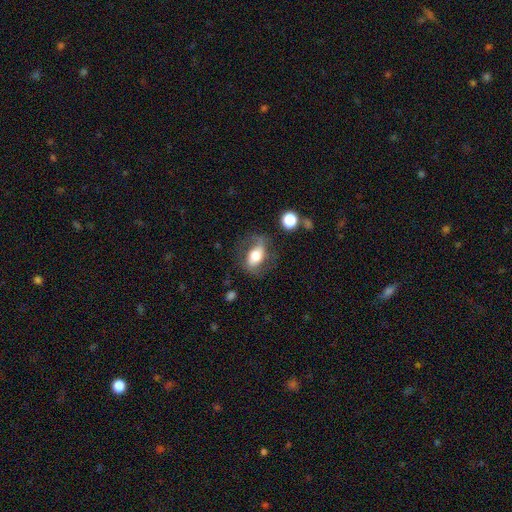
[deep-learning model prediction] Smooth or featured?
  - featured or disk: 51% *
  - smooth: 41%
  - star or artifact: 8%
Edge-on disk?
  - no: 91% *
  - yes: 9%
Merging?
  - none: 63% *
  - minor disturbance: 20%
  - major disturbance: 15%
  - merger: 2%